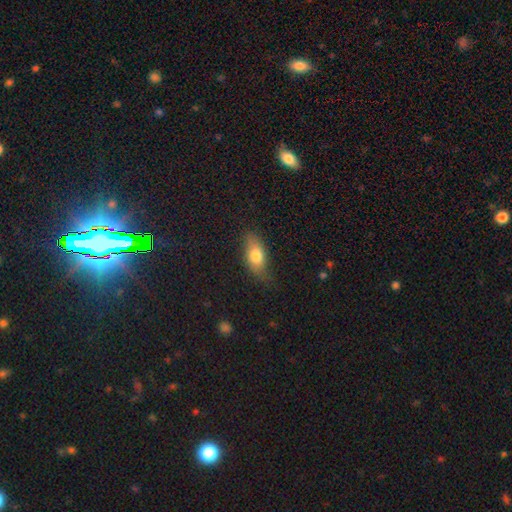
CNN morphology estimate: Smooth or featured?
  - smooth: 73% *
  - featured or disk: 19%
  - star or artifact: 8%
How rounded?
  - in between: 81% *
  - cigar-shaped: 12%
  - round: 6%
Merging?
  - none: 67% *
  - minor disturbance: 25%
  - major disturbance: 7%
  - merger: 1%